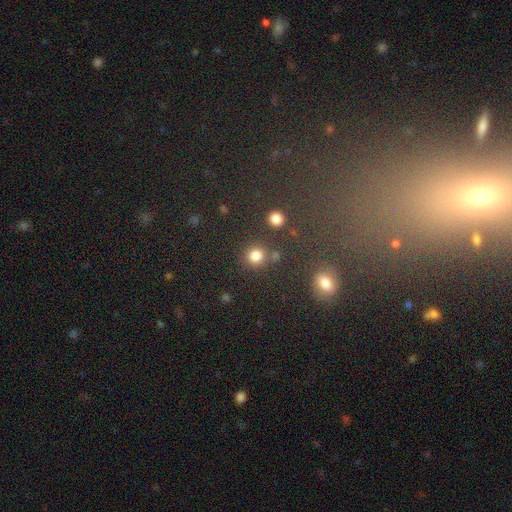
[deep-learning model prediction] This is clearly a smooth galaxy (80%). How rounded: clearly round (90%). Merging: likely none (79%).